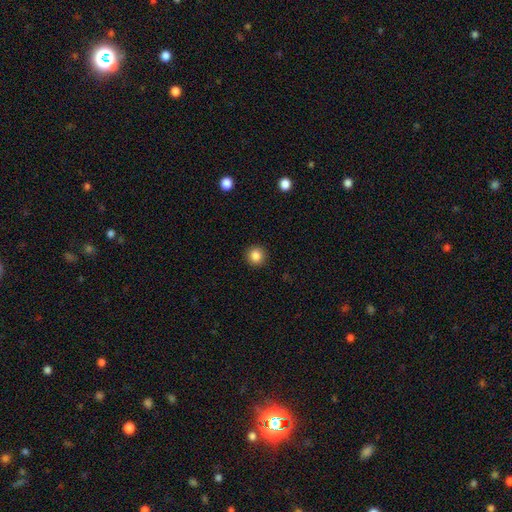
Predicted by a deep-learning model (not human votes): This appears to be a smooth galaxy with no disk features (85%) that is round (95%). Merging: none (93%).